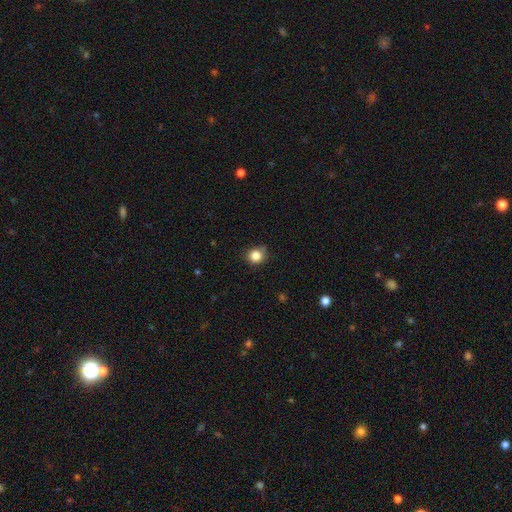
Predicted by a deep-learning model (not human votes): Smooth or featured?
  - smooth: 84% *
  - star or artifact: 11%
  - featured or disk: 5%
How rounded?
  - round: 84% *
  - in between: 15%
  - cigar-shaped: 1%
Merging?
  - none: 78% *
  - minor disturbance: 17%
  - major disturbance: 3%
  - merger: 2%